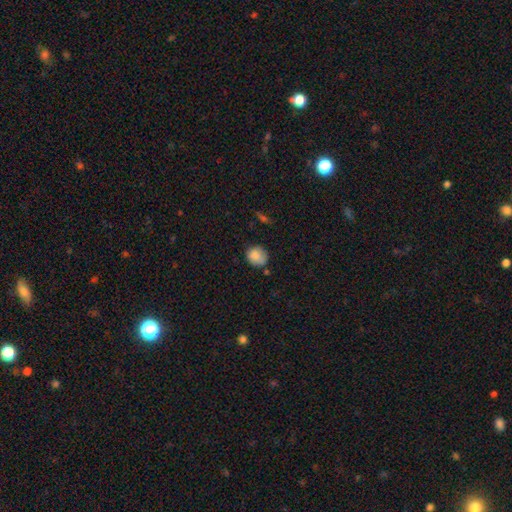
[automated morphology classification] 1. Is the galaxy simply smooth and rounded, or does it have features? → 83% smooth, 8% featured or disk, 8% star or artifact.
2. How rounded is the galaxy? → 78% round, 21% in between, 1% cigar-shaped.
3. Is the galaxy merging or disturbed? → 64% none, 25% minor disturbance, 5% major disturbance, 5% merger.